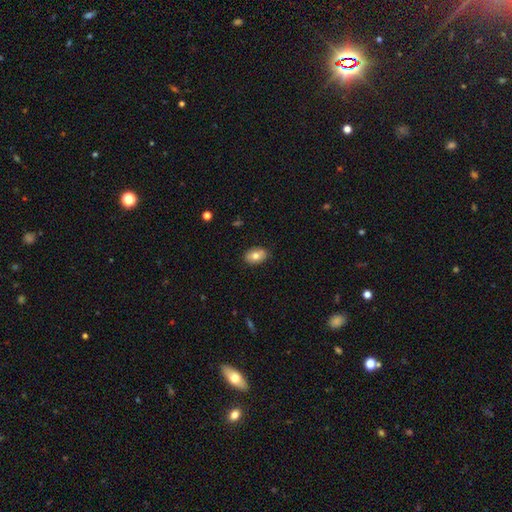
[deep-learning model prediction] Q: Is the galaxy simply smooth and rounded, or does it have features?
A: smooth — 75%.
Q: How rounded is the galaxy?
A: in between — 86%.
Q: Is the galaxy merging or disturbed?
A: none — 86%.